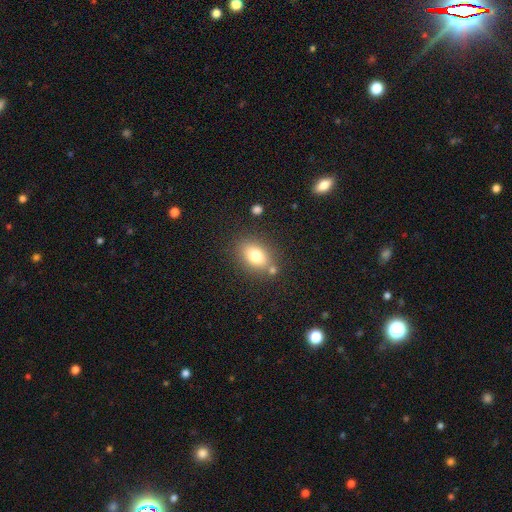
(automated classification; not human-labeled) Smooth or featured?
  - smooth: 78% *
  - featured or disk: 12%
  - star or artifact: 10%
How rounded?
  - in between: 76% *
  - round: 22%
  - cigar-shaped: 2%
Merging?
  - none: 74% *
  - minor disturbance: 12%
  - merger: 10%
  - major disturbance: 4%